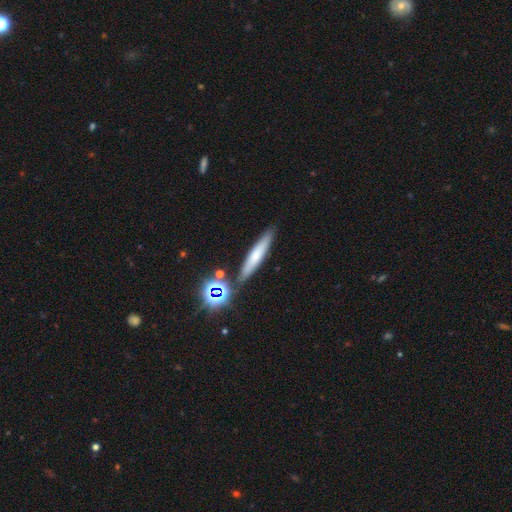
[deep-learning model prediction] Morphology: type=smooth (61%); roundness=cigar-shaped (88%); merging=none (83%).